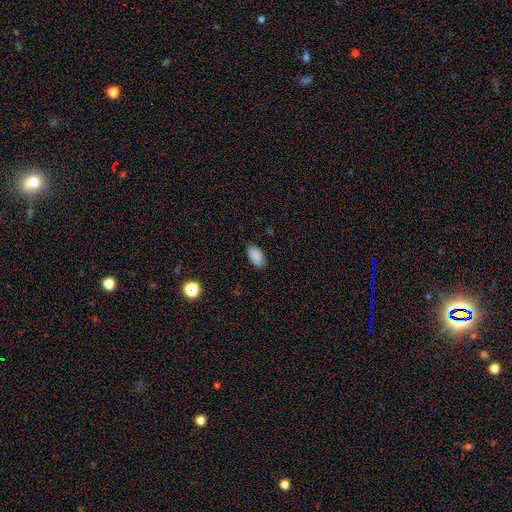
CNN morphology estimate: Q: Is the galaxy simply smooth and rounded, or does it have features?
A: smooth — 87%.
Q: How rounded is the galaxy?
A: in between — 94%.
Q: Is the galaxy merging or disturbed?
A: none — 79%.